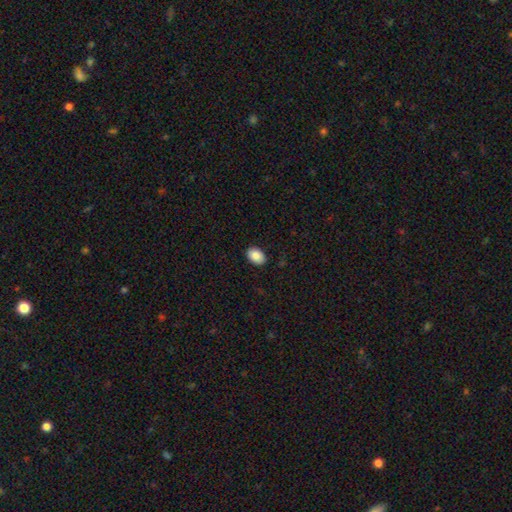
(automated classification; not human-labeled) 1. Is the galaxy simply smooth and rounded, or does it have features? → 86% smooth, 7% star or artifact, 7% featured or disk.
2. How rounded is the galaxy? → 84% in between, 15% round, 1% cigar-shaped.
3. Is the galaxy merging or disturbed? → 90% none, 8% minor disturbance, 2% major disturbance, 1% merger.